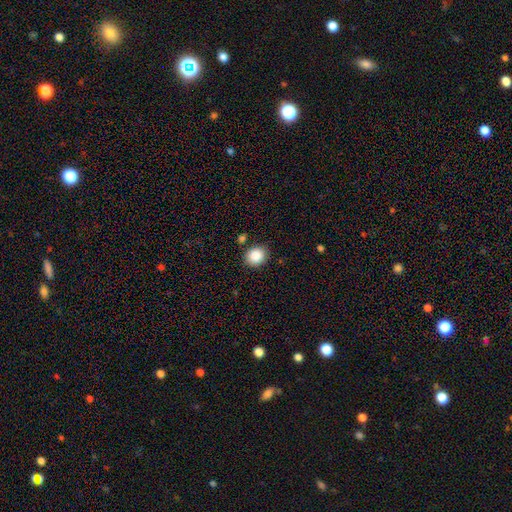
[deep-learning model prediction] smooth_or_featured: smooth (p=0.88) [alt: star or artifact p=0.08]
how_rounded: round (p=0.71) [alt: in between p=0.28]
merging: none (p=0.83) [alt: minor disturbance p=0.10]